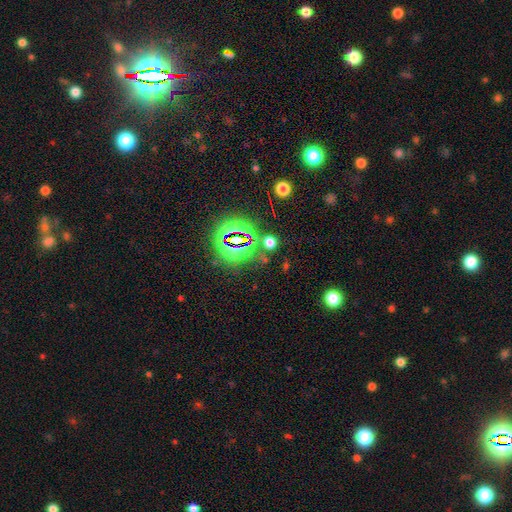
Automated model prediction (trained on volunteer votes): This is likely a star or artifact rather than a galaxy (79%).